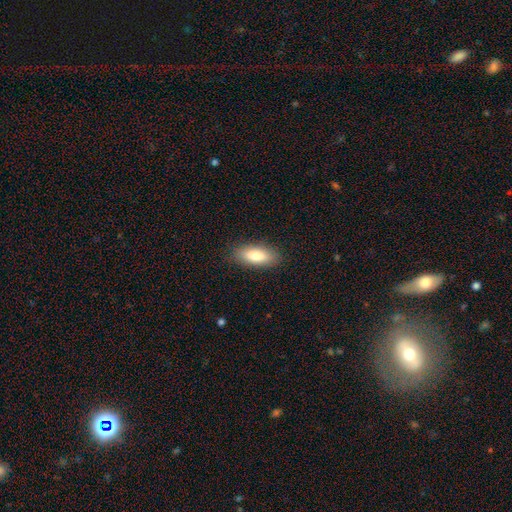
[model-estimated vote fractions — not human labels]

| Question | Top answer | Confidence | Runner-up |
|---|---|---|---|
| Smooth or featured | smooth | 83% | featured or disk (11%) |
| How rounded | in between | 76% | cigar-shaped (22%) |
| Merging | none | 87% | minor disturbance (9%) |